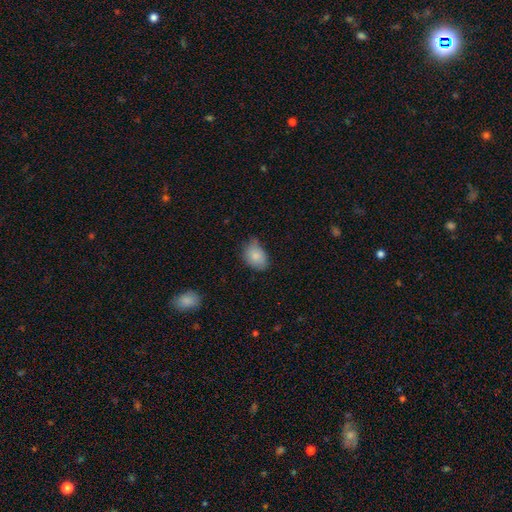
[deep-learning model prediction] A smooth galaxy with no disk features (84%) that is in between round and cigar-shaped (77%). Merging: none (56%).